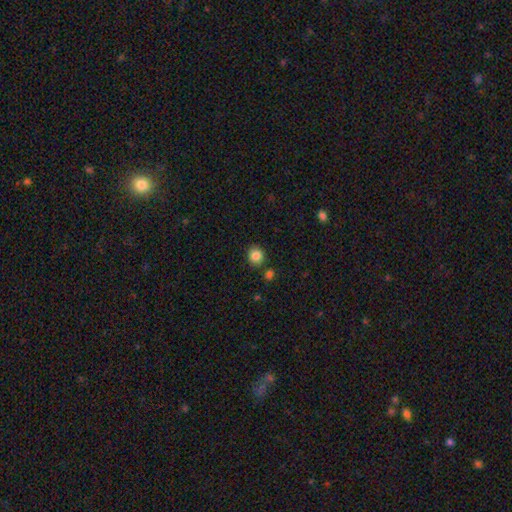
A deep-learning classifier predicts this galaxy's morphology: smooth 85%, star or artifact 10%, featured or disk 5%. Down the decision tree: how rounded — round (85%); merging — none (84%).